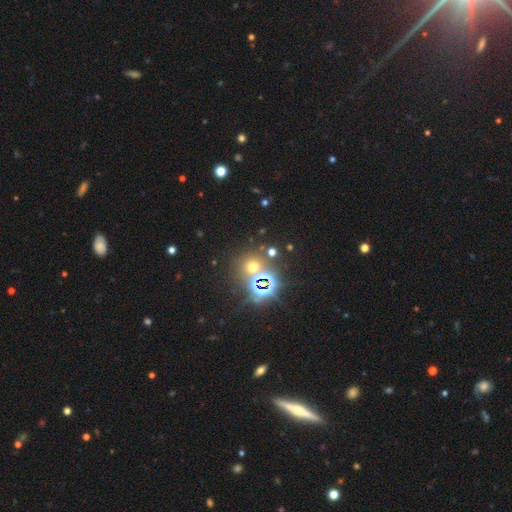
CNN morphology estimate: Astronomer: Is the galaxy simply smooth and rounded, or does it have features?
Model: star or artifact — 60%.